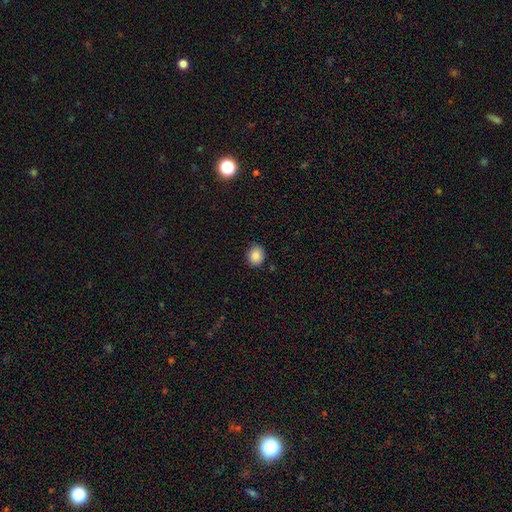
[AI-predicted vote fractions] smooth-or-featured: smooth: 86% | star or artifact: 9% | featured or disk: 5%
  how-rounded: round: 73% | in between: 26% | cigar-shaped: 1%
  merging: none: 87% | minor disturbance: 9% | major disturbance: 2% | merger: 1%